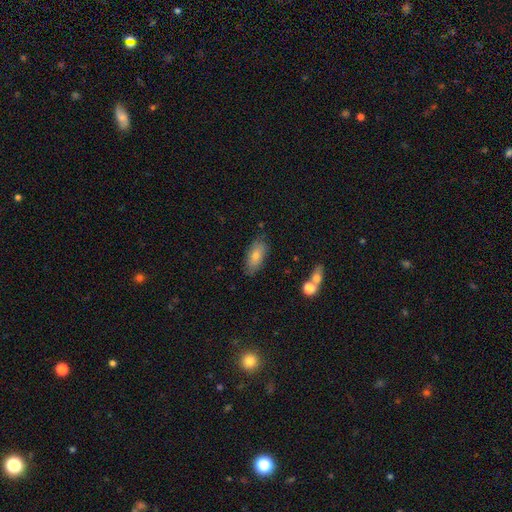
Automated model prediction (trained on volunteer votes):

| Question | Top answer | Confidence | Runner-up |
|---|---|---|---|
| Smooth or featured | smooth | 67% | featured or disk (24%) |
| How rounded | in between | 83% | cigar-shaped (13%) |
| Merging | none | 80% | minor disturbance (15%) |